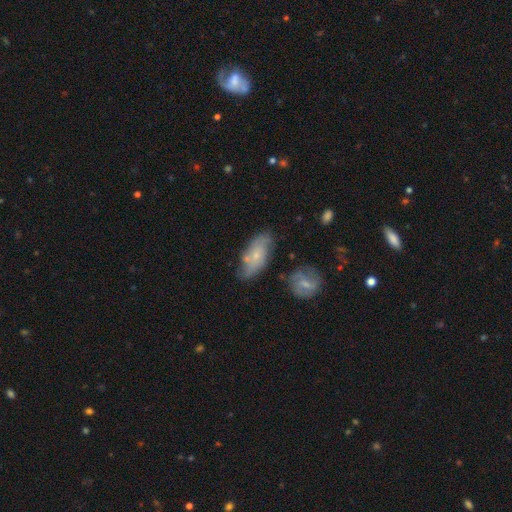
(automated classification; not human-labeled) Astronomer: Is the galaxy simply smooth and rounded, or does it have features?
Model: smooth — 50% (runner-up: featured or disk, 43%).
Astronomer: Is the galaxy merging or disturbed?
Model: none — 62%.